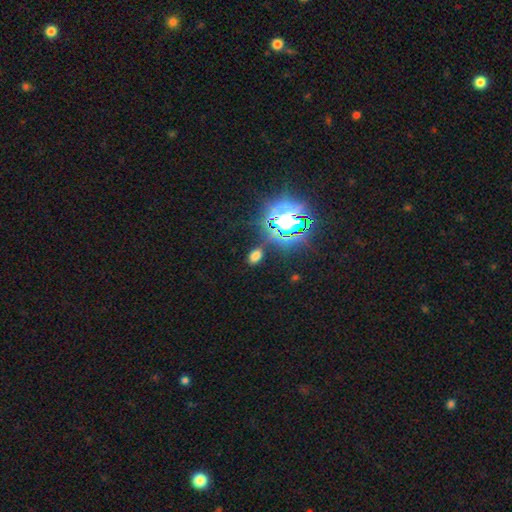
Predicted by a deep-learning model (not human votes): Morphology: type=smooth (60%); roundness=in between (84%); merging=none (79%).